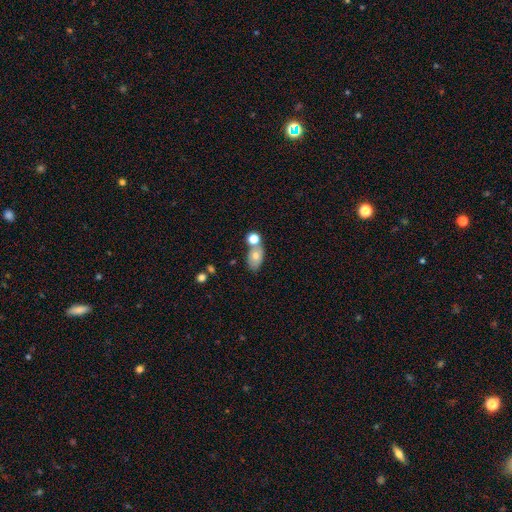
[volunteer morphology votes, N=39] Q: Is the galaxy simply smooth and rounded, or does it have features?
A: smooth — 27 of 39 (69%).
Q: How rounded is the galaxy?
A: in between — 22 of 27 (81%).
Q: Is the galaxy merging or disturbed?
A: none — 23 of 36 (64%).